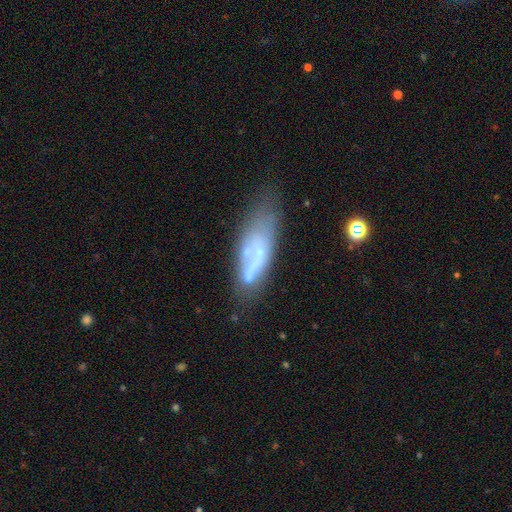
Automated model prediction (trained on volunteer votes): Overall: featured or disk (47%; smooth 42%). Merging: none (48%; minor disturbance 25%).